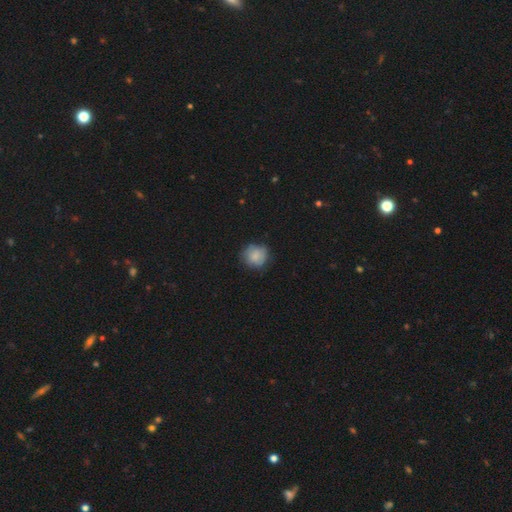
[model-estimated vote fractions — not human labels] A smooth galaxy with no disk features (79%) that is round (86%). Merging: none (72%).